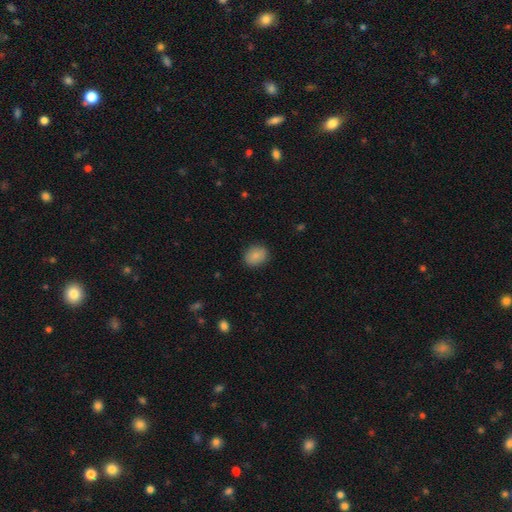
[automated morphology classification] Smooth or featured: smooth — 86% (star or artifact — 8%)
How rounded: in between — 56% (round — 43%)
Merging: none — 87% (minor disturbance — 9%)